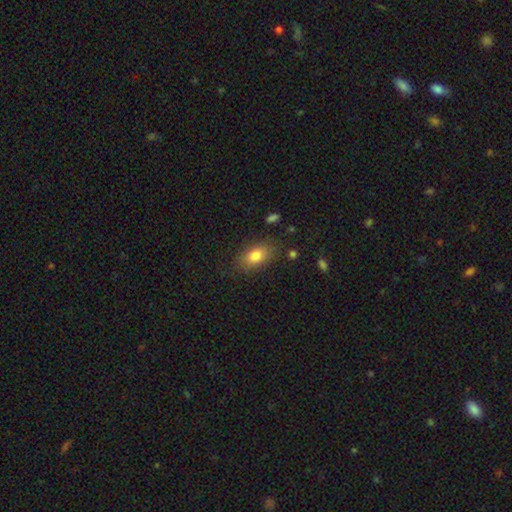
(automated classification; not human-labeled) Smooth or featured?
  - smooth: 81% *
  - featured or disk: 10%
  - star or artifact: 9%
How rounded?
  - in between: 86% *
  - round: 11%
  - cigar-shaped: 3%
Merging?
  - none: 81% *
  - minor disturbance: 13%
  - major disturbance: 4%
  - merger: 2%